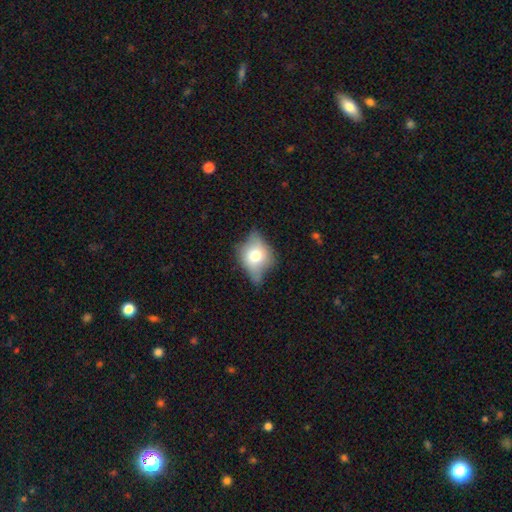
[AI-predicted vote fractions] Overall: smooth (53%; featured or disk 37%). How rounded: in between (56%; round 41%). Merging: none (46%; minor disturbance 35%).